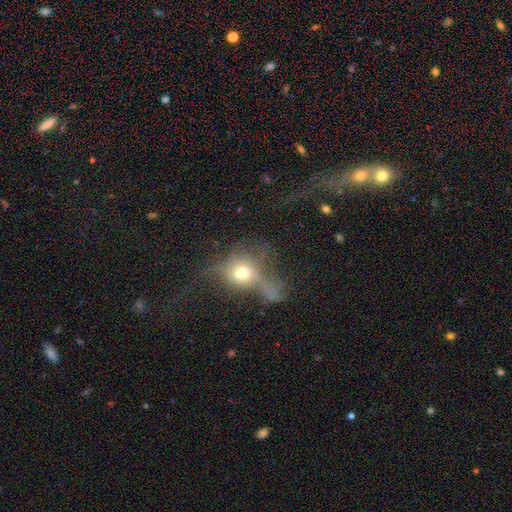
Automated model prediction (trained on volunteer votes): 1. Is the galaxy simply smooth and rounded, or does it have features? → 46% smooth, 34% featured or disk, 20% star or artifact.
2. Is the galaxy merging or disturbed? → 35% major disturbance, 25% merger, 25% none, 14% minor disturbance.